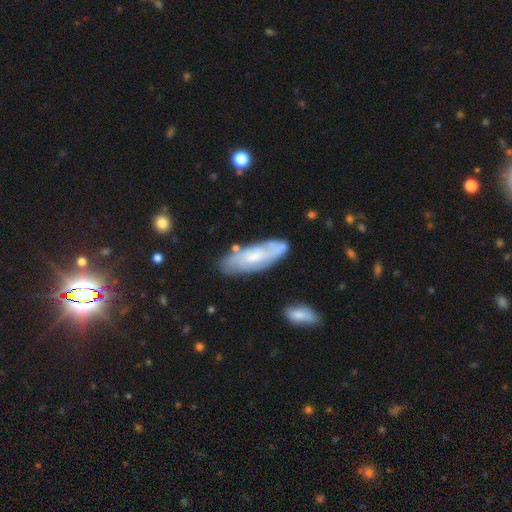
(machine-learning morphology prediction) This appears to be a featured or disk galaxy (54%). Merging: none (75%).